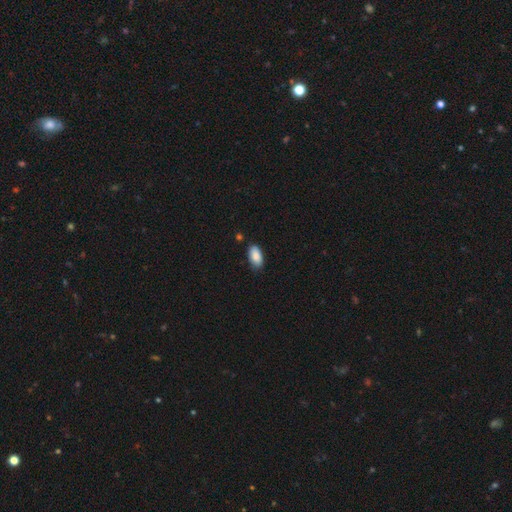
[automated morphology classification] This appears to be a smooth galaxy with no disk features (88%) that is in between round and cigar-shaped (94%). Merging: none (80%).